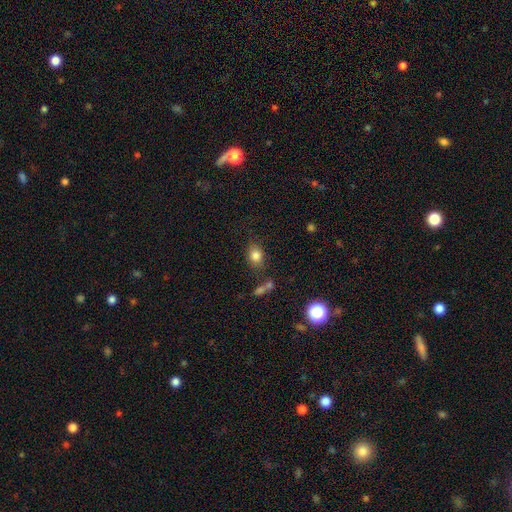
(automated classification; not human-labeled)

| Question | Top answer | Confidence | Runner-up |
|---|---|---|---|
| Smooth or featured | smooth | 81% | star or artifact (11%) |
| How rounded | in between | 58% | round (40%) |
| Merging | none | 70% | minor disturbance (17%) |